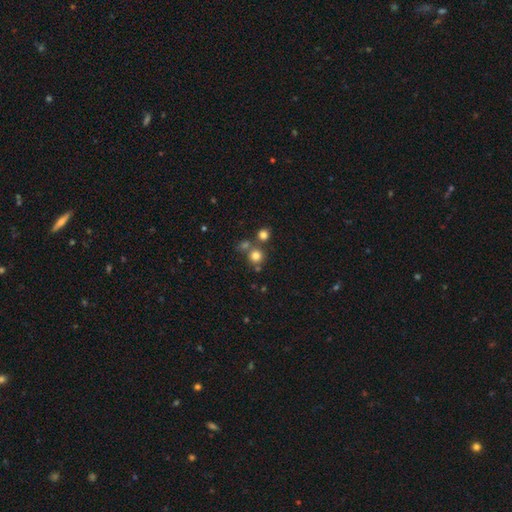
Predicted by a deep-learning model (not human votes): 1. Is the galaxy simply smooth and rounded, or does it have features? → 75% smooth, 17% star or artifact, 8% featured or disk.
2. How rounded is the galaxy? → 90% round, 9% in between, 1% cigar-shaped.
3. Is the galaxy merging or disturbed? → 66% none, 23% merger, 8% minor disturbance, 4% major disturbance.